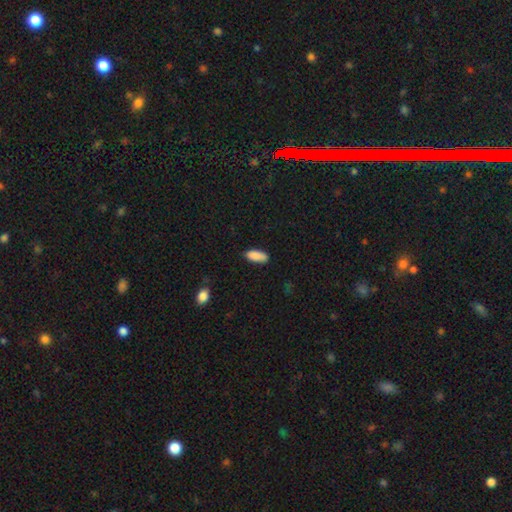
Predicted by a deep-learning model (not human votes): Morphology: type=smooth (89%); roundness=in between (81%); merging=none (78%).